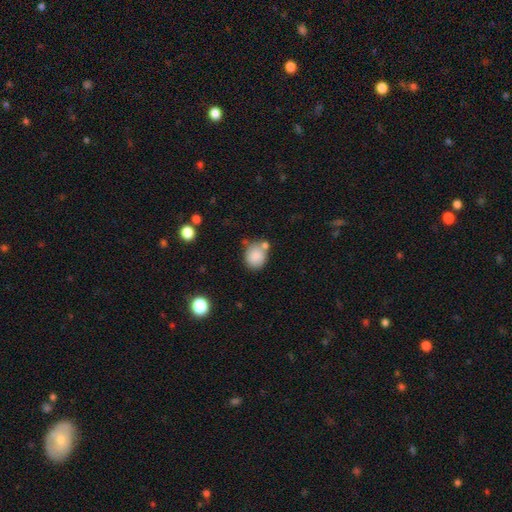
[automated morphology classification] smooth 85%, star or artifact 9%, featured or disk 7%. Down the decision tree: how rounded — round (73%); merging — none (60%).